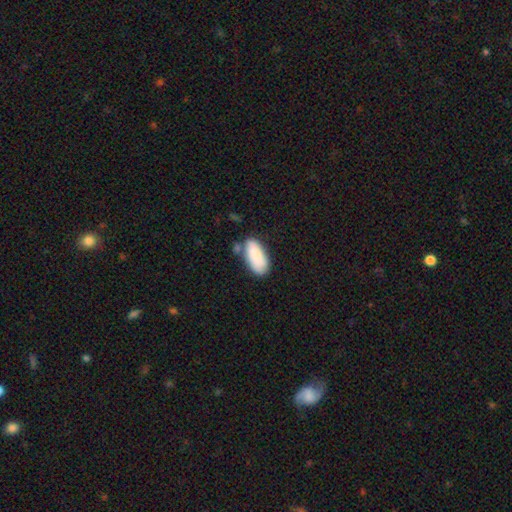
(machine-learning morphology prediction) Smooth or featured? Predicted: smooth (p=0.85). How rounded? Predicted: in between (p=0.88). Merging? Predicted: none (p=0.59).